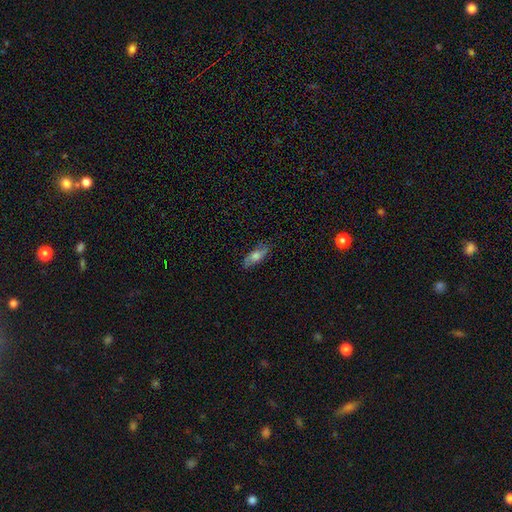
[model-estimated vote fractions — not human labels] A smooth galaxy with no disk features (63%) that is in between round and cigar-shaped (66%). Merging: none (80%).